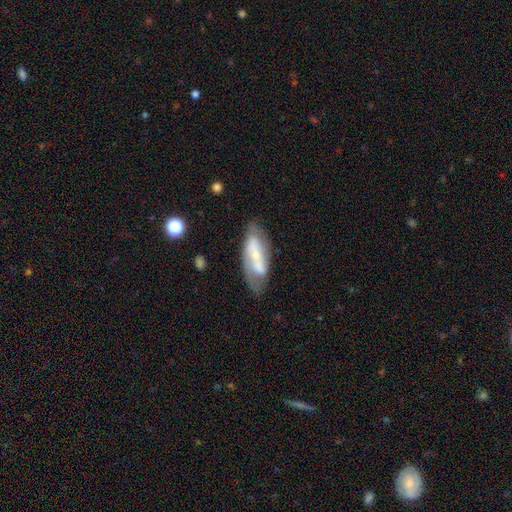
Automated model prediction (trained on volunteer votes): Morphology: type=featured or disk (70%); edge-on=no (87%); bar=strong (43%); spiral arms=yes (77%); bulge=small (63%); merging=none (68%).